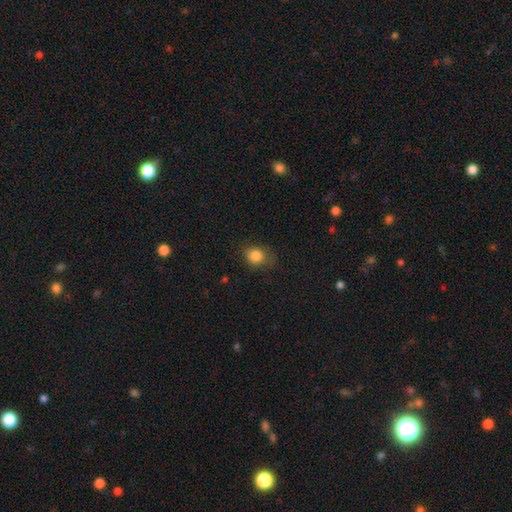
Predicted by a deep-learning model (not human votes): Smooth or featured? smooth (83%)
How rounded? round (56%)
Merging? none (70%)